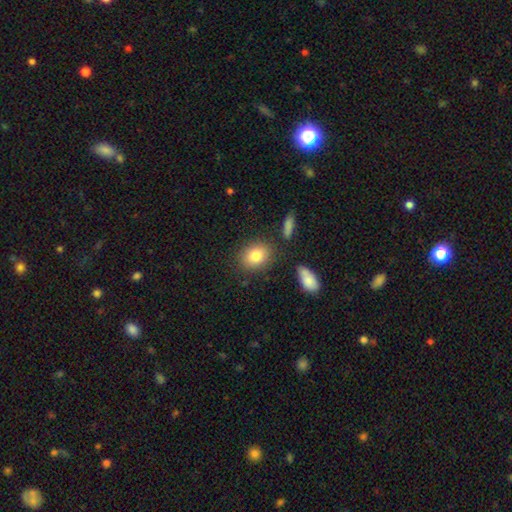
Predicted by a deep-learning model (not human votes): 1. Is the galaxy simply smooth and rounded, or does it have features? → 82% smooth, 9% featured or disk, 9% star or artifact.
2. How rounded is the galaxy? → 54% in between, 44% round, 2% cigar-shaped.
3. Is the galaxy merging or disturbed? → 80% none, 11% minor disturbance, 5% merger, 4% major disturbance.